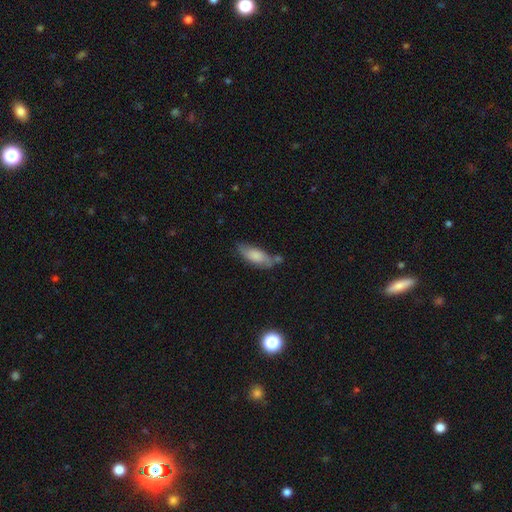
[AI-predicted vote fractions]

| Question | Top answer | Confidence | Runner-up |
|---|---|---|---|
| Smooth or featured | smooth | 74% | featured or disk (19%) |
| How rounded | in between | 72% | cigar-shaped (26%) |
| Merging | none | 57% | minor disturbance (26%) |